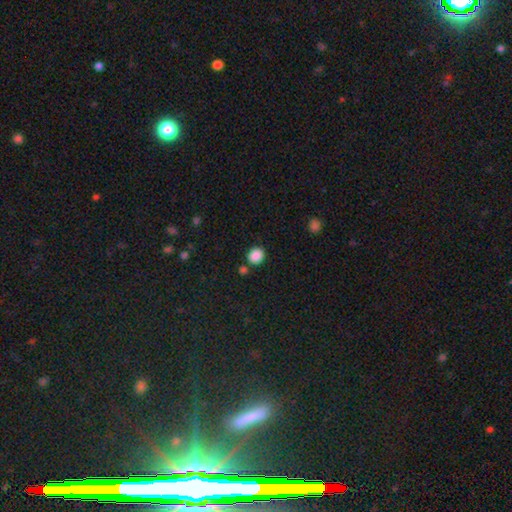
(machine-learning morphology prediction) This is clearly a smooth galaxy (87%). How rounded: likely round (72%). Merging: clearly none (80%).